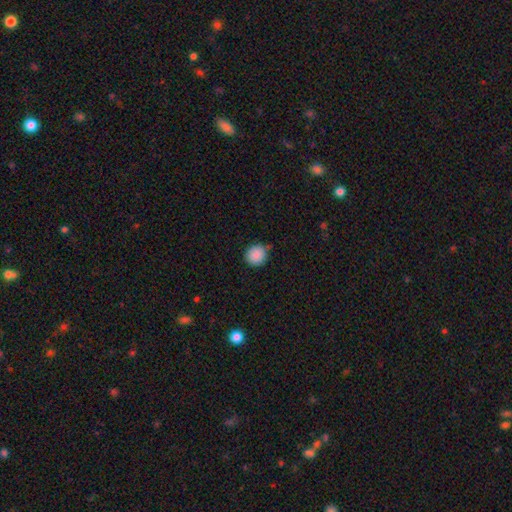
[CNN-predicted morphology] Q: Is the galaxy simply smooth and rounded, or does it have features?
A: smooth — 89%.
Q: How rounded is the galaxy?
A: round — 91%.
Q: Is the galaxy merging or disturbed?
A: none — 82%.